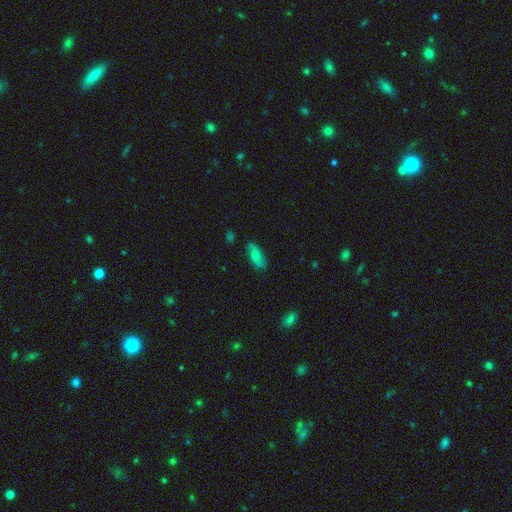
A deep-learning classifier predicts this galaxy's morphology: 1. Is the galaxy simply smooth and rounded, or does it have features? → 62% smooth, 31% featured or disk, 8% star or artifact.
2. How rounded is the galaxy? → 78% in between, 18% cigar-shaped, 3% round.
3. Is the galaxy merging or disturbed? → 75% none, 19% minor disturbance, 4% major disturbance, 2% merger.